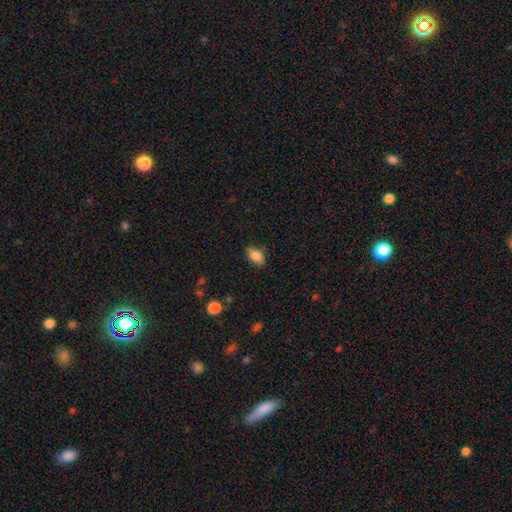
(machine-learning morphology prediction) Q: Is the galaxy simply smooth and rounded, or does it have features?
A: smooth — 84%.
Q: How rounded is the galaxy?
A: in between — 90%.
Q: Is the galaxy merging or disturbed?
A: none — 84%.